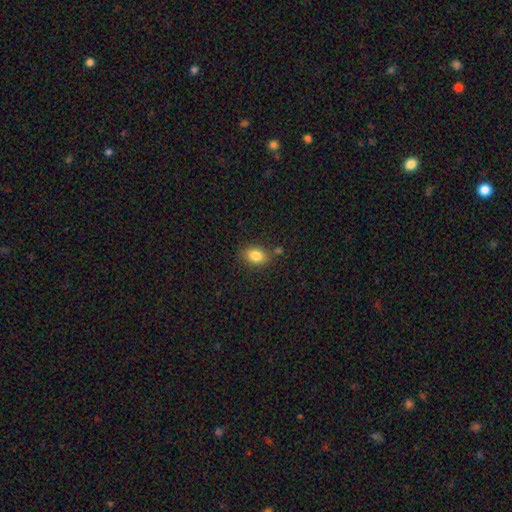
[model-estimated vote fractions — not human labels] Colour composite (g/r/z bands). It shows a smooth galaxy with no disk features (83%) that is in between round and cigar-shaped (70%). Merging: none (76%).